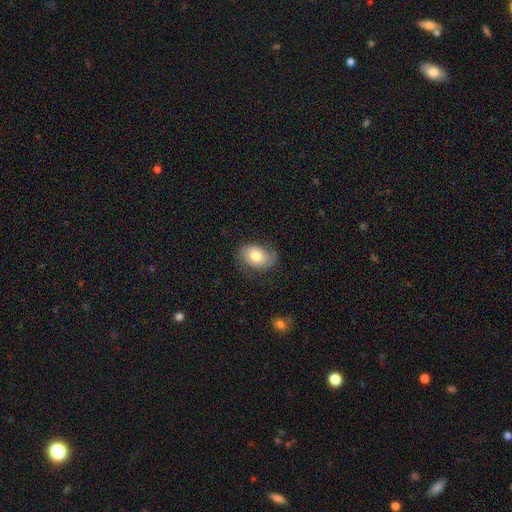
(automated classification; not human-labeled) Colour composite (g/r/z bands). It shows a smooth galaxy with no disk features (58%) that is in between round and cigar-shaped (73%). Merging: none (65%).